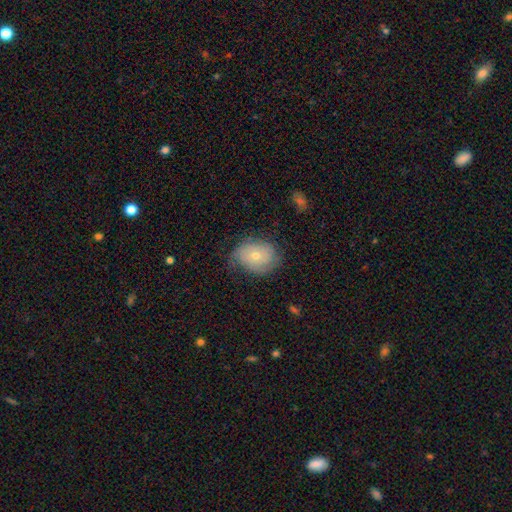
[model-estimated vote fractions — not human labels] Smooth or featured?
  - smooth: 55% *
  - featured or disk: 36%
  - star or artifact: 8%
How rounded?
  - in between: 58% *
  - round: 41%
  - cigar-shaped: 1%
Merging?
  - none: 62% *
  - minor disturbance: 28%
  - major disturbance: 10%
  - merger: 1%